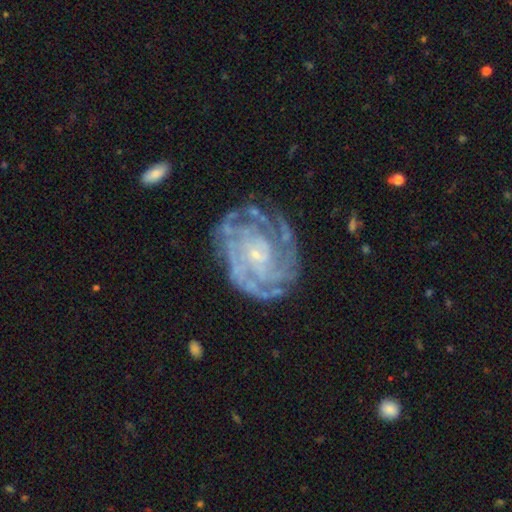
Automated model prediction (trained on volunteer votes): Smooth or featured? featured or disk (88%)
Edge-on disk? no (97%)
Bar? no (67%)
Spiral arms? yes (95%)
Spiral winding? tight (71%)
Spiral arm count? can't tell (31%)
Bulge size? small (82%)
Merging? none (68%)